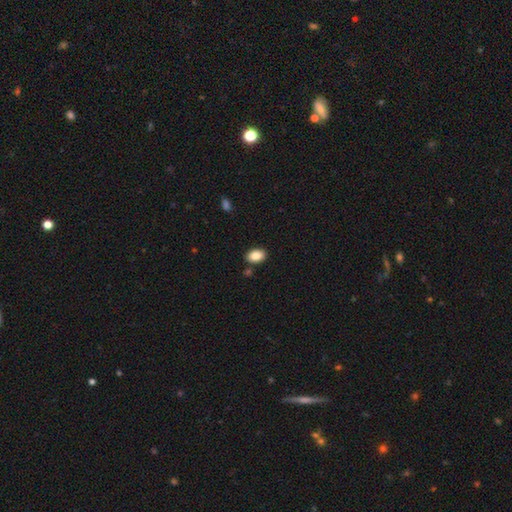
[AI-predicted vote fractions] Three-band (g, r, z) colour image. It shows a smooth galaxy with no disk features (86%) that is in between round and cigar-shaped (86%). Merging: none (85%).